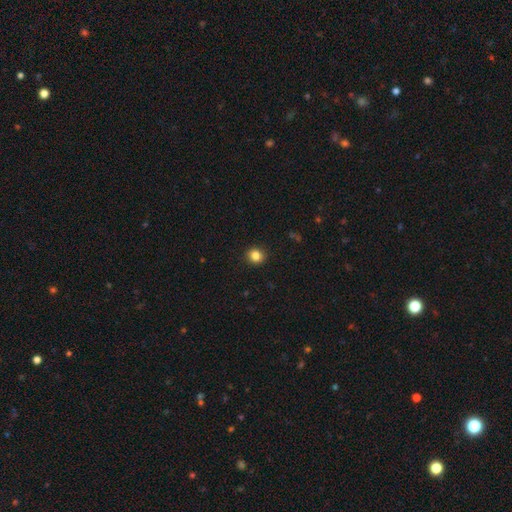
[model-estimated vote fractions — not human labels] A smooth galaxy with no disk features (84%) that is round (84%). Merging: none (91%).